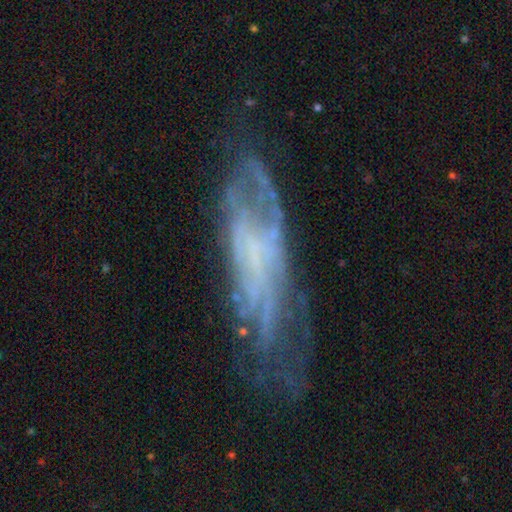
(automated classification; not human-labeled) Smooth or featured? Predicted: featured or disk (p=0.70). Edge-on disk? Predicted: no (p=0.74). Bar? Predicted: no (p=0.72). Spiral arms? Predicted: yes (p=0.58). Bulge size? Predicted: none (p=0.61). Merging? Predicted: none (p=0.55).